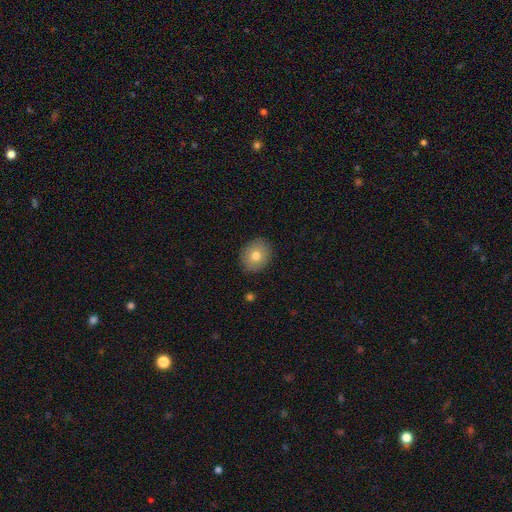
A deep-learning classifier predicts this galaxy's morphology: A smooth galaxy with no disk features (76%) that is round (66%).

Vote fractions:
- Smooth or featured? smooth: 76% / featured or disk: 15% / star or artifact: 9%
- How rounded? round: 66% / in between: 33% / cigar-shaped: 1%
- Merging? none: 89% / minor disturbance: 8% / major disturbance: 2% / merger: 1%